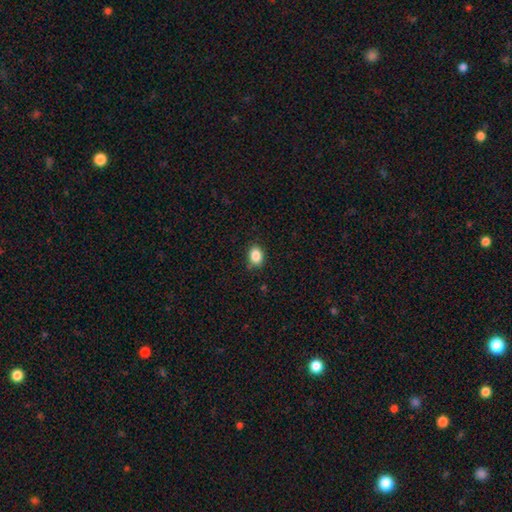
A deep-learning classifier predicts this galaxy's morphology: Smooth or featured: smooth — 87% (star or artifact — 9%)
How rounded: in between — 71% (round — 28%)
Merging: none — 83% (minor disturbance — 13%)